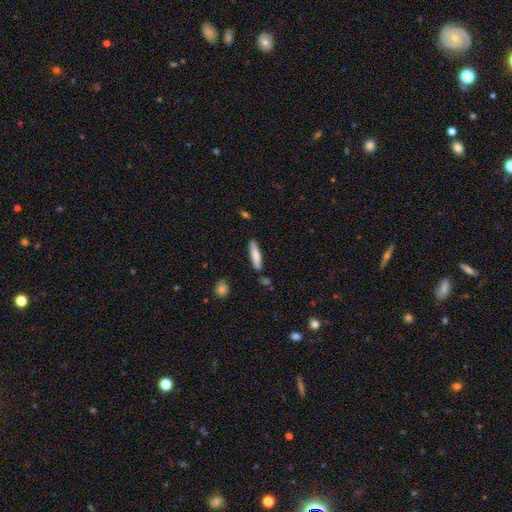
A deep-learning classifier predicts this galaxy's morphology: smooth-or-featured: smooth: 74% | featured or disk: 20% | star or artifact: 6%
  how-rounded: cigar-shaped: 84% | in between: 15% | round: 1%
  merging: none: 85% | minor disturbance: 10% | merger: 3% | major disturbance: 2%